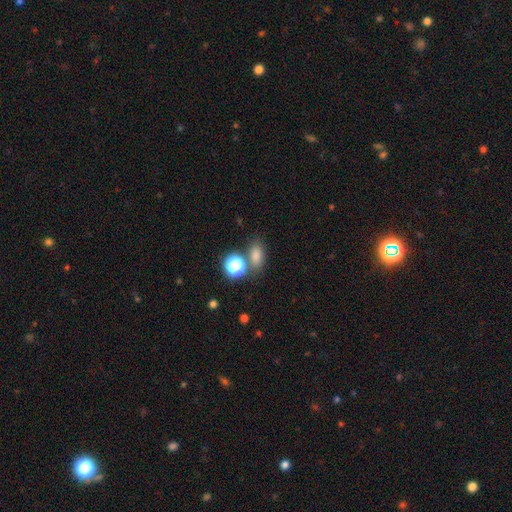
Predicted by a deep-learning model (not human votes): Morphology: type=smooth (76%); roundness=in between (73%); merging=none (69%).